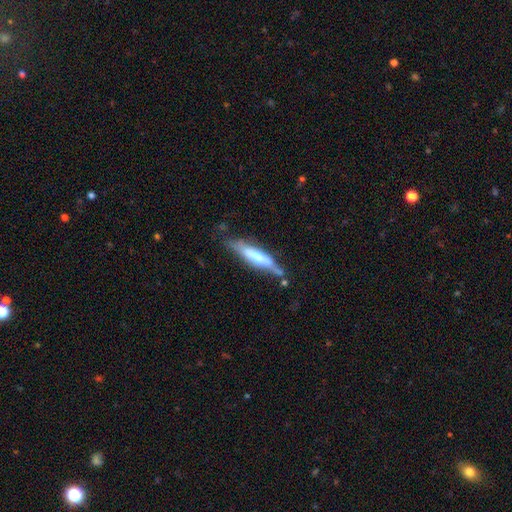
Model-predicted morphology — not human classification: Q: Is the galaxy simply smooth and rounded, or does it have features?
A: featured or disk — 53%.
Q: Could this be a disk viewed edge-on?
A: yes — 79%.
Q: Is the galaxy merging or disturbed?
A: none — 57%.